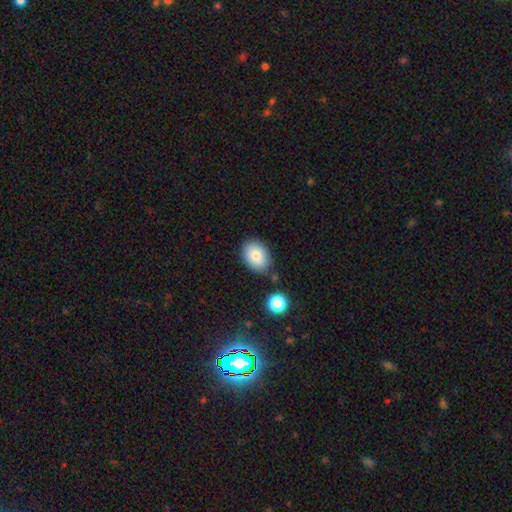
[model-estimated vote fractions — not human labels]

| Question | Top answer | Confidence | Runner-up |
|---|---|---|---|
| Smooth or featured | smooth | 81% | featured or disk (10%) |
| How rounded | in between | 70% | round (29%) |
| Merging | none | 78% | minor disturbance (14%) |